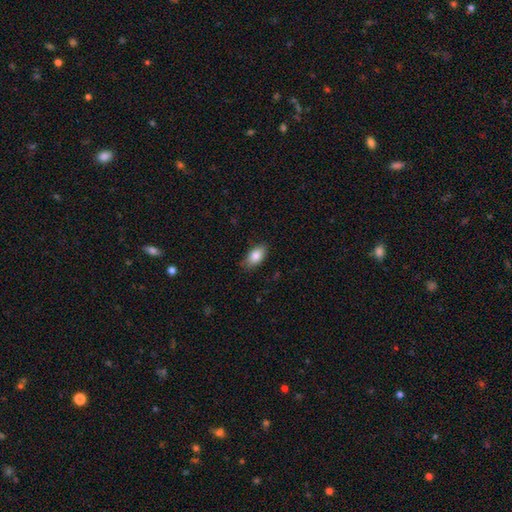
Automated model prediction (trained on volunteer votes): Smooth or featured? smooth (84%)
How rounded? in between (92%)
Merging? none (84%)